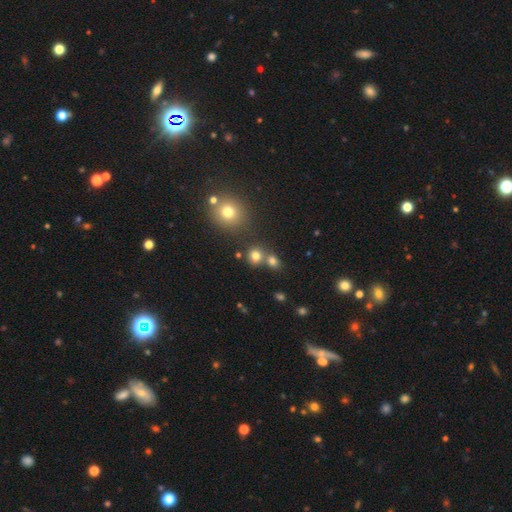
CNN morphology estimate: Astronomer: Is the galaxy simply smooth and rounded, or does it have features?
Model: smooth — 75%.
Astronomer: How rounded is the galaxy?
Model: round — 80%.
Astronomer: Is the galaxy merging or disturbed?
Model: none — 59%.